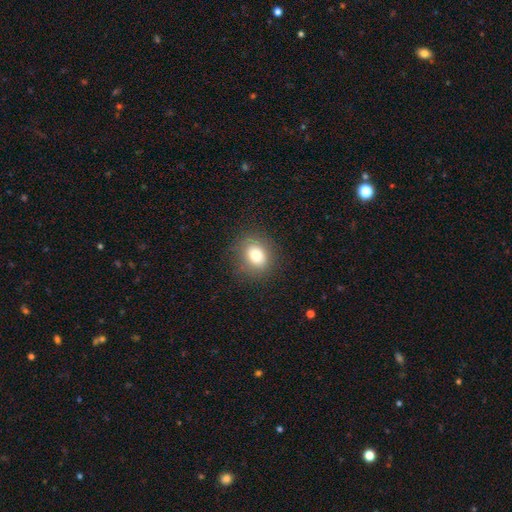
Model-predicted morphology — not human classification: A smooth galaxy with no disk features (77%) that is round (62%). Merging: none (85%).